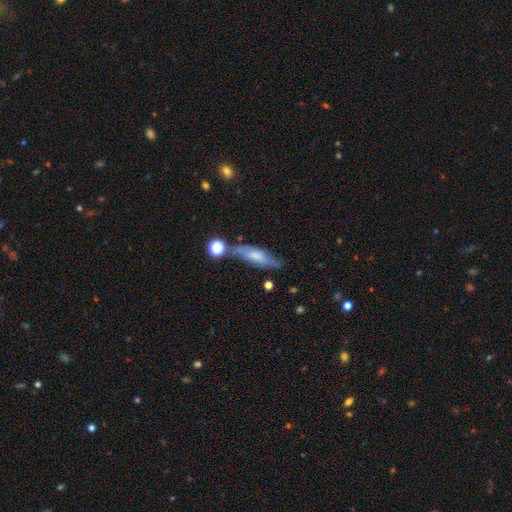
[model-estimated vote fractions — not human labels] smooth-or-featured: smooth: 49% | featured or disk: 42% | star or artifact: 9%
  merging: none: 58% | minor disturbance: 23% | merger: 10% | major disturbance: 9%